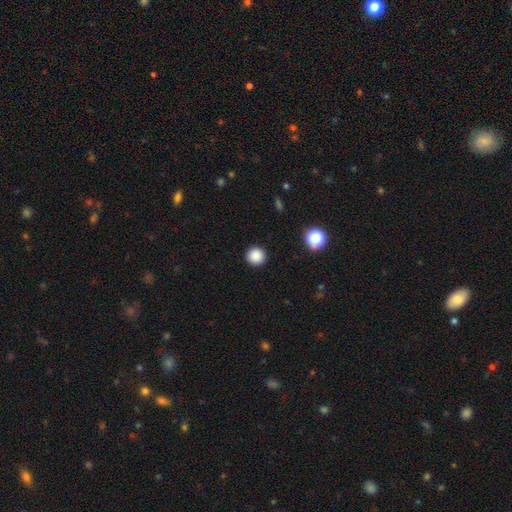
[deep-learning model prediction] smooth_or_featured: smooth (p=0.87) [alt: star or artifact p=0.10]
how_rounded: round (p=0.95) [alt: in between p=0.04]
merging: none (p=0.92) [alt: minor disturbance p=0.05]